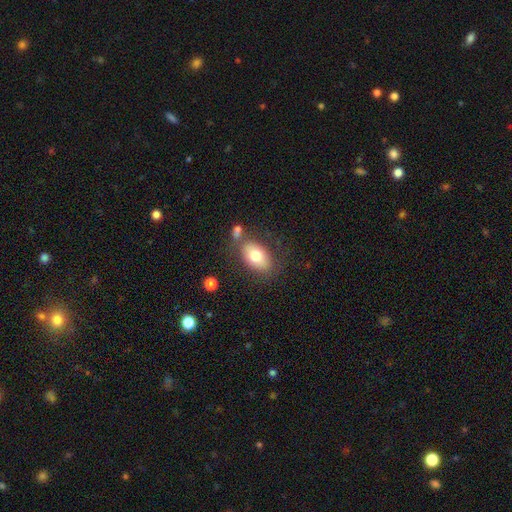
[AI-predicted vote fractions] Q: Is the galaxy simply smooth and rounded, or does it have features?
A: smooth — 75%.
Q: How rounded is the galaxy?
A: in between — 89%.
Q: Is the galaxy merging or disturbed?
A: none — 67%.